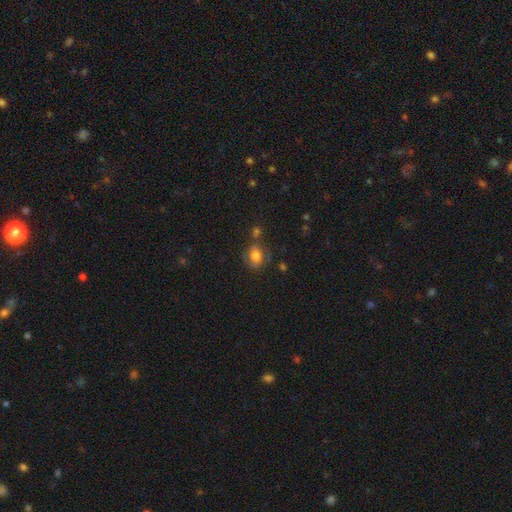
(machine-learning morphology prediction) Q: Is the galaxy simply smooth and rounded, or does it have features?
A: smooth — 58%.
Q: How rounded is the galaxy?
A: in between — 53%.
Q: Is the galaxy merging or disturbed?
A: none — 55%.